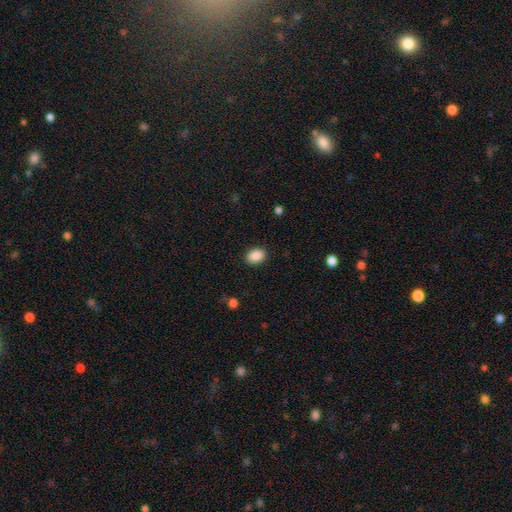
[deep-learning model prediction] A smooth galaxy with no disk features (89%) that is in between round and cigar-shaped (78%).

Vote fractions:
- Smooth or featured? smooth: 89% / star or artifact: 8% / featured or disk: 3%
- How rounded? in between: 78% / round: 21% / cigar-shaped: 1%
- Merging? none: 88% / minor disturbance: 8% / major disturbance: 2% / merger: 1%